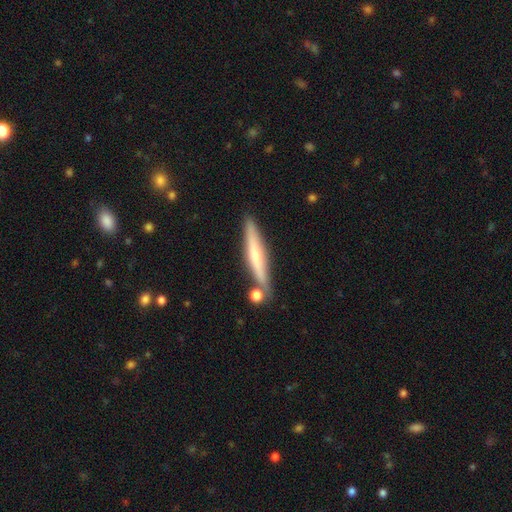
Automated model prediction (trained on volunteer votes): Smooth or featured: featured or disk — 47% (smooth — 46%)
Merging: none — 79% (minor disturbance — 11%)